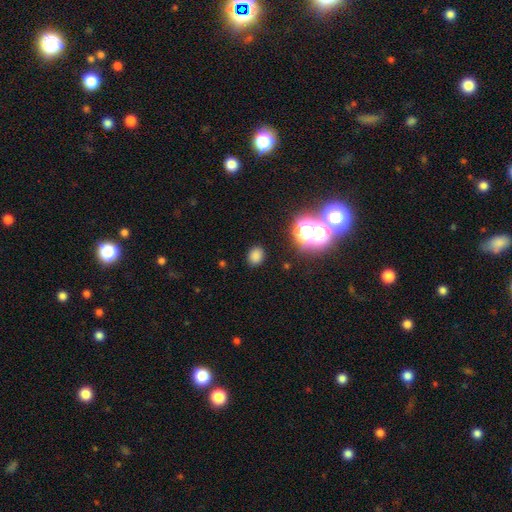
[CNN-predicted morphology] Overall: smooth (74%). How rounded: in between (54%; round 45%). Merging: none (83%).